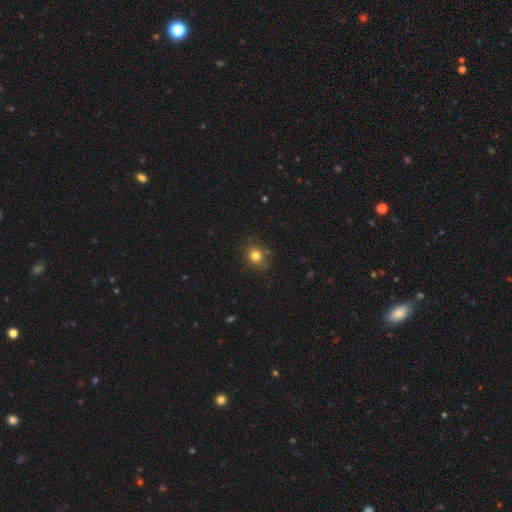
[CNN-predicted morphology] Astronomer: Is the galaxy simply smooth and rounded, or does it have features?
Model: smooth — 80%.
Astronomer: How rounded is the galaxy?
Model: round — 74%.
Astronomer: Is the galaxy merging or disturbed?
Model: none — 78%.